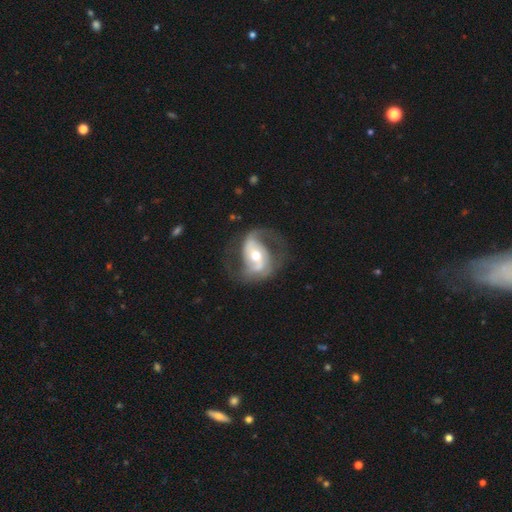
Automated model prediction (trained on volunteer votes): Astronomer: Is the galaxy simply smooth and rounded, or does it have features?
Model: featured or disk — 84%.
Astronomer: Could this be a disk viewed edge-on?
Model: no — 97%.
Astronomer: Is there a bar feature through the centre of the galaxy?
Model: no — 36% (runner-up: weak, 34%).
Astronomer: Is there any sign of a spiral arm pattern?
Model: yes — 91%.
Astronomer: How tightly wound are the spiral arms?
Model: medium — 46% (runner-up: loose, 38%).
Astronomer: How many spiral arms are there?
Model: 2 — 85%.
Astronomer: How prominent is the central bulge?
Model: moderate — 64%.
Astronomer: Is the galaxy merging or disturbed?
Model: none — 60%.